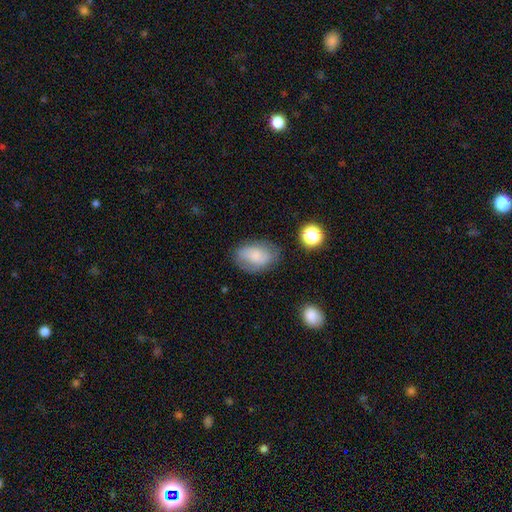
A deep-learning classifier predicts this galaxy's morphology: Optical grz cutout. It shows a smooth galaxy with no disk features (66%) that is in between round and cigar-shaped (85%). Merging: none (71%).